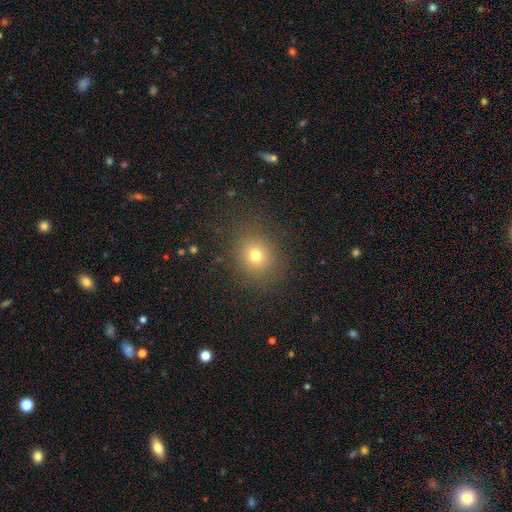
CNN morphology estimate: Smooth or featured: smooth — 73% (star or artifact — 17%)
How rounded: round — 73% (in between — 26%)
Merging: none — 85% (minor disturbance — 10%)